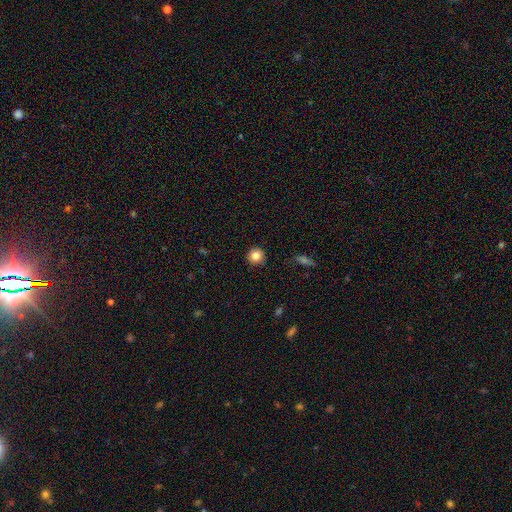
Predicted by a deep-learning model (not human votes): Q: Smooth or featured?
A: smooth (84%); runner-up: star or artifact (10%)
Q: How rounded?
A: round (94%); runner-up: in between (5%)
Q: Merging?
A: none (91%); runner-up: minor disturbance (6%)